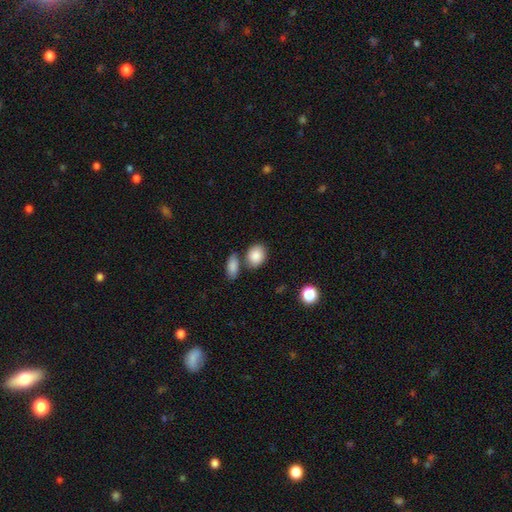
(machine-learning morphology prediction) Overall: smooth (88%). How rounded: in between (58%; round 41%). Merging: none (62%).